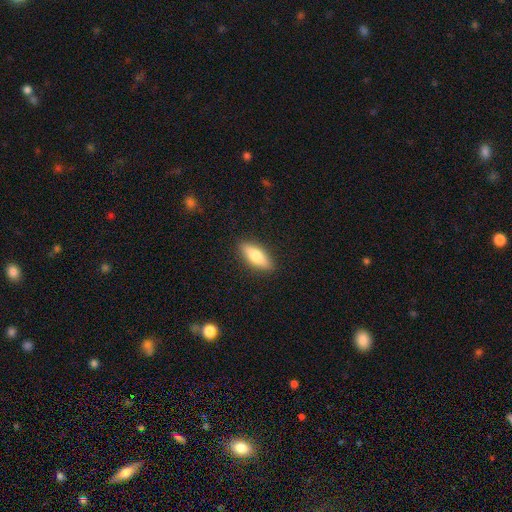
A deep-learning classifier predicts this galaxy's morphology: Overall: smooth (71%). How rounded: in between (61%; cigar-shaped 37%). Merging: none (89%).